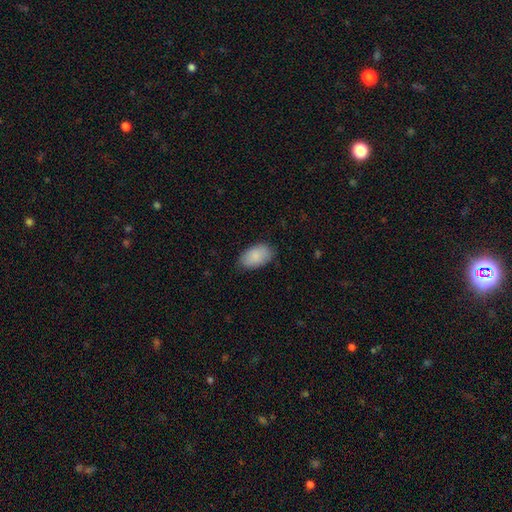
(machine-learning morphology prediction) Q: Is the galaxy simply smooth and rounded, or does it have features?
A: smooth — 89%.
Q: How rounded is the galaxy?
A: in between — 94%.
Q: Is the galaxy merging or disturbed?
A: none — 81%.